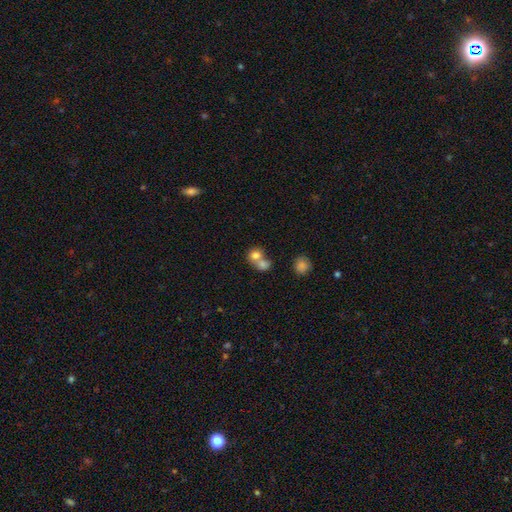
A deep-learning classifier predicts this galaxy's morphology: A smooth galaxy with no disk features (76%) that is round (67%).

Vote fractions:
- Smooth or featured? smooth: 76% / featured or disk: 14% / star or artifact: 10%
- How rounded? round: 67% / in between: 32% / cigar-shaped: 1%
- Merging? merger: 64% / none: 27% / minor disturbance: 6% / major disturbance: 3%